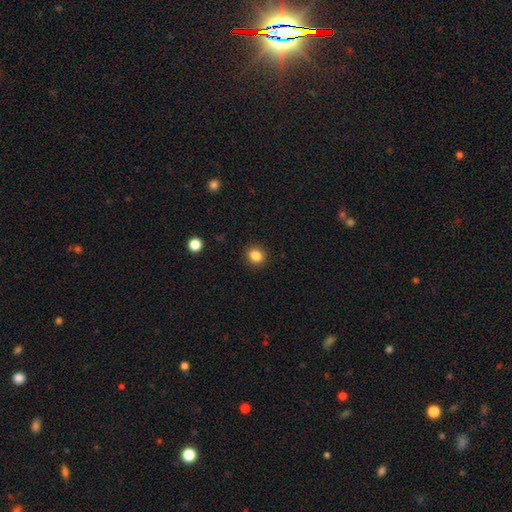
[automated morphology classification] Smooth or featured: smooth — 84% (star or artifact — 11%)
How rounded: round — 77% (in between — 22%)
Merging: none — 91% (minor disturbance — 6%)